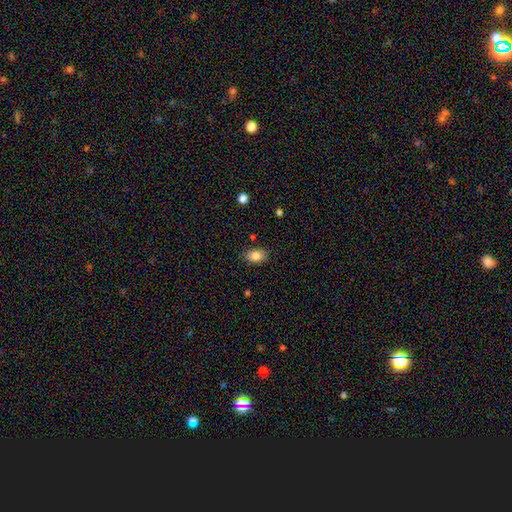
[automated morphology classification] Overall: smooth (85%). How rounded: in between (81%). Merging: none (85%).